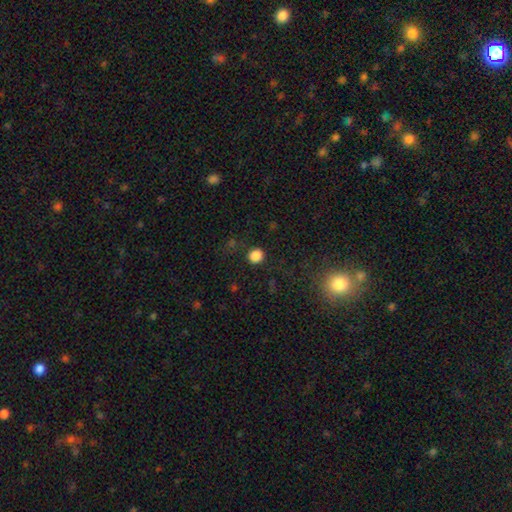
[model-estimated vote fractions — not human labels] Overall: smooth (85%). How rounded: round (84%). Merging: none (87%).